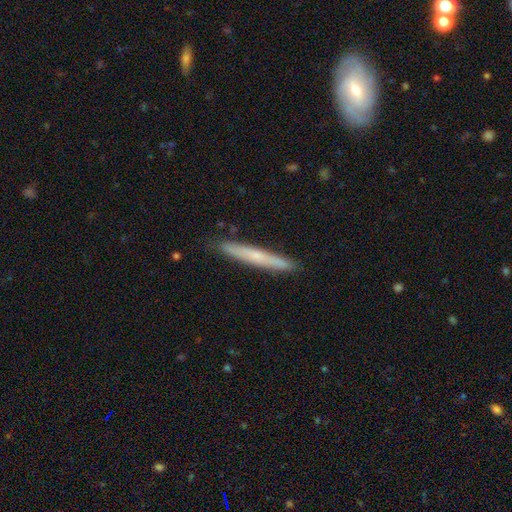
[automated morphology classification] smooth_or_featured: smooth (p=0.52) [alt: featured or disk p=0.43]
how_rounded: cigar-shaped (p=0.96) [alt: in between p=0.03]
merging: none (p=0.89) [alt: minor disturbance p=0.08]